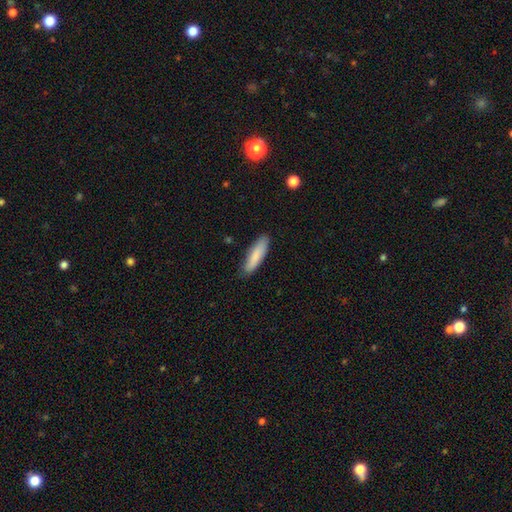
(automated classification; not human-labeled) smooth-or-featured: smooth: 85% | featured or disk: 9% | star or artifact: 6%
  how-rounded: cigar-shaped: 70% | in between: 29% | round: 1%
  merging: none: 84% | minor disturbance: 13% | major disturbance: 2% | merger: 1%